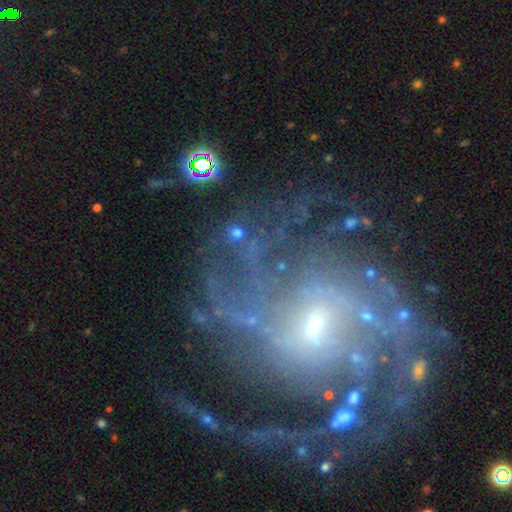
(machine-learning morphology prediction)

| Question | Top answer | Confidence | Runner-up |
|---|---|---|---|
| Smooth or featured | featured or disk | 67% | star or artifact (19%) |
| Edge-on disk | no | 96% | yes (4%) |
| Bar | no | 48% | weak (39%) |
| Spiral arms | yes | 73% | no (27%) |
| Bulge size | small | 54% | moderate (30%) |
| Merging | none | 55% | major disturbance (23%) |